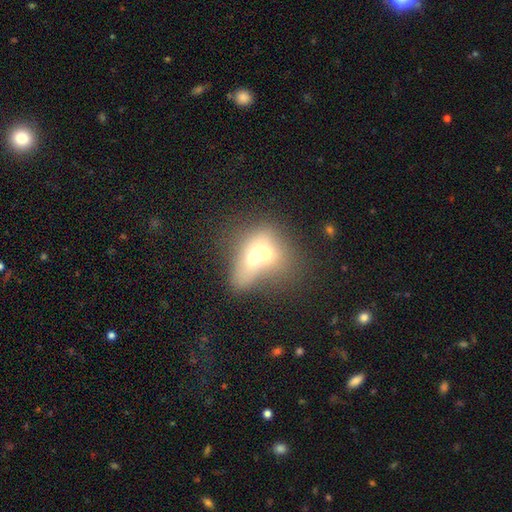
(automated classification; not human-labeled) Smooth or featured? smooth (58%)
How rounded? in between (55%)
Merging? merger (74%)